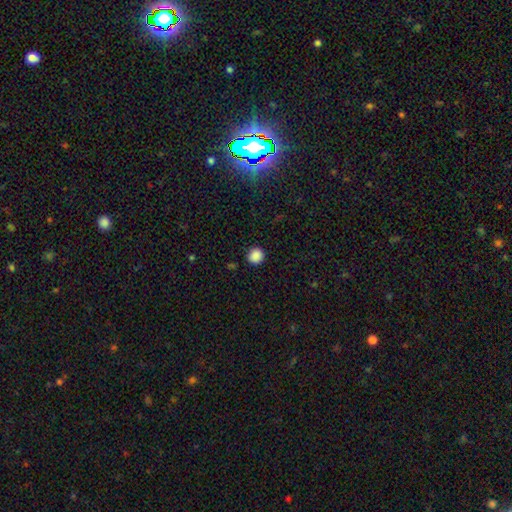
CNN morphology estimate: A smooth galaxy with no disk features (88%) that is round (88%).

Vote fractions:
- Smooth or featured? smooth: 88% / star or artifact: 10% / featured or disk: 2%
- How rounded? round: 88% / in between: 11% / cigar-shaped: 1%
- Merging? none: 91% / minor disturbance: 6% / major disturbance: 2% / merger: 1%